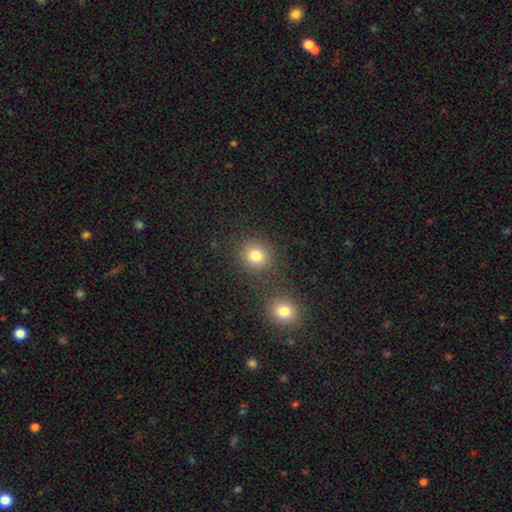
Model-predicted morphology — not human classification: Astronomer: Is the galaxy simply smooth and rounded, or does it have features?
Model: smooth — 81%.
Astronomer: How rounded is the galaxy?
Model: round — 84%.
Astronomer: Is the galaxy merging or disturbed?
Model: none — 78%.